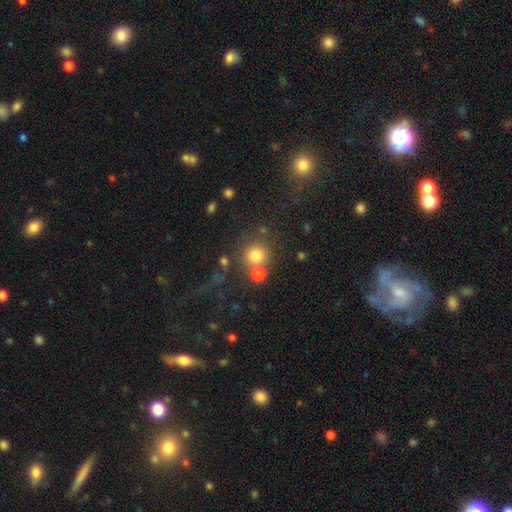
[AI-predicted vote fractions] Smooth or featured? Predicted: smooth (p=0.76). How rounded? Predicted: round (p=0.90). Merging? Predicted: none (p=0.58).